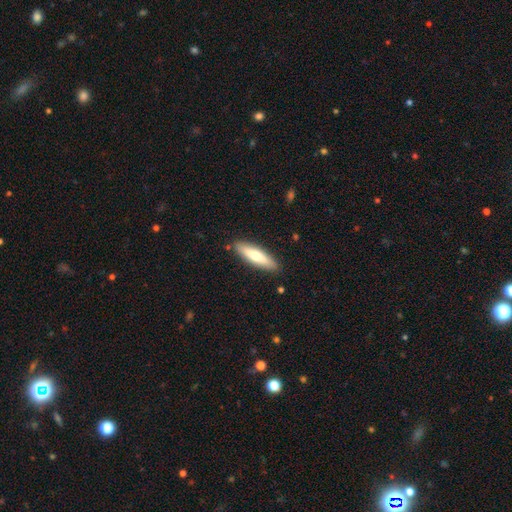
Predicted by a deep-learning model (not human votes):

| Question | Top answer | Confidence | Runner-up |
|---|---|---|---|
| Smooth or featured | smooth | 65% | featured or disk (30%) |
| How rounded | cigar-shaped | 68% | in between (30%) |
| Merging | none | 87% | minor disturbance (9%) |